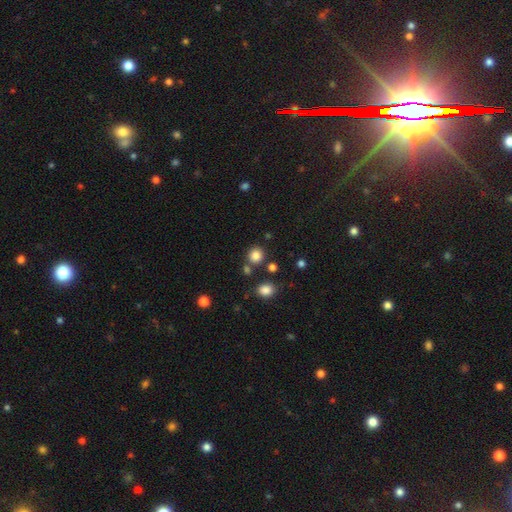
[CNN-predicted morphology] Overall: smooth (83%). How rounded: round (88%). Merging: none (80%).